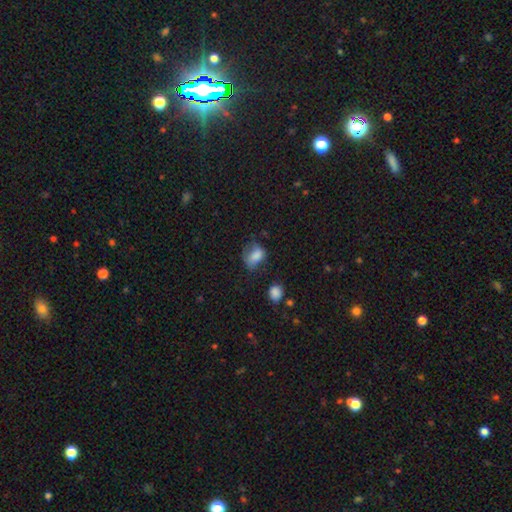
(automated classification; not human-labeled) Smooth or featured? smooth (77%)
How rounded? in between (70%)
Merging? none (36%)